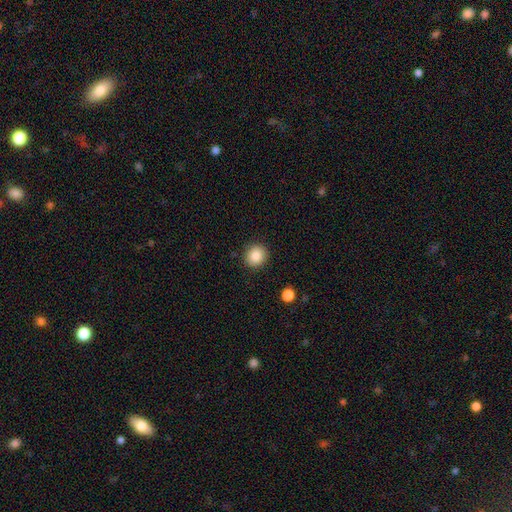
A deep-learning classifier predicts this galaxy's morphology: smooth-or-featured: smooth: 87% | star or artifact: 9% | featured or disk: 4%
  how-rounded: round: 86% | in between: 13% | cigar-shaped: 1%
  merging: none: 90% | minor disturbance: 6% | major disturbance: 2% | merger: 1%